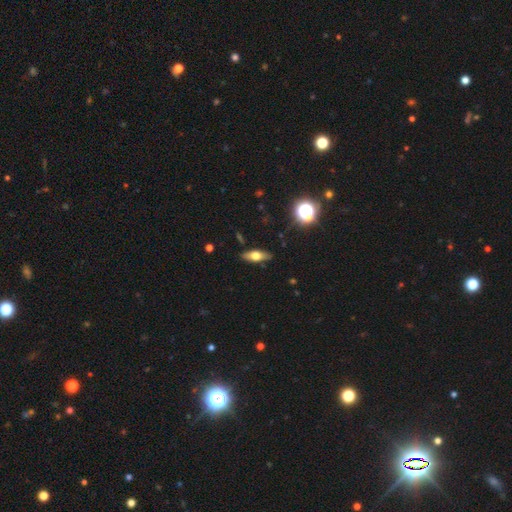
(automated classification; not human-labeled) Smooth or featured: smooth — 51% (featured or disk — 39%)
How rounded: in between — 64% (cigar-shaped — 31%)
Merging: none — 85% (minor disturbance — 11%)